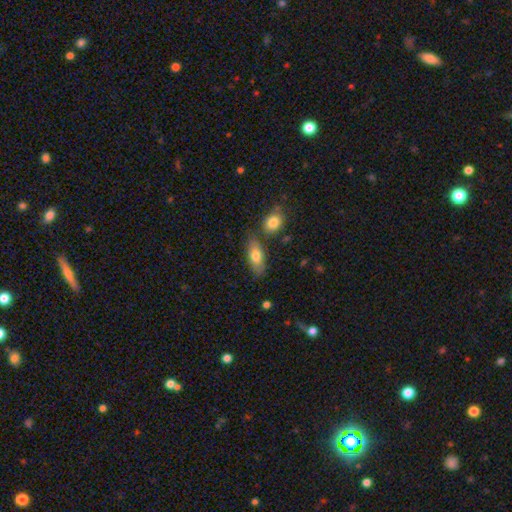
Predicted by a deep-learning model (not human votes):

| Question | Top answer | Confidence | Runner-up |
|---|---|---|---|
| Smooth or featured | smooth | 74% | featured or disk (19%) |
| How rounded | in between | 80% | cigar-shaped (16%) |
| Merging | none | 71% | minor disturbance (15%) |